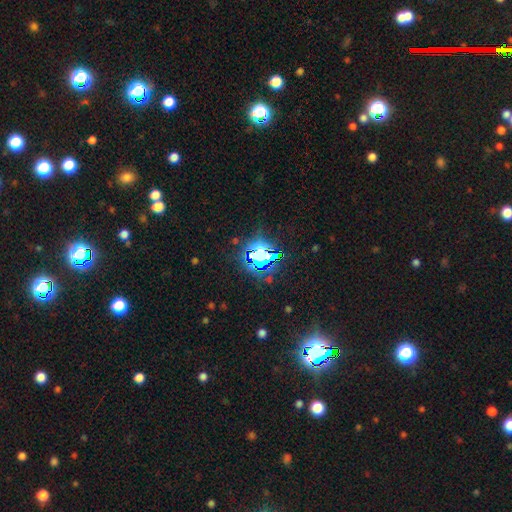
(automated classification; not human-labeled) A star or artifact, not a galaxy (80%).